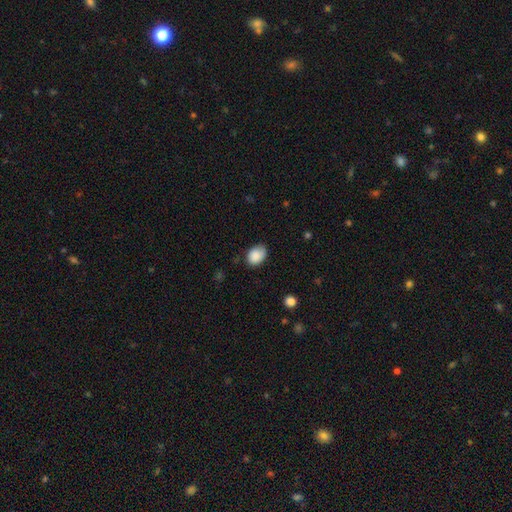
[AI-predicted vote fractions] This appears to be a smooth galaxy with no disk features (88%) that is in between round and cigar-shaped (76%). Merging: none (72%).